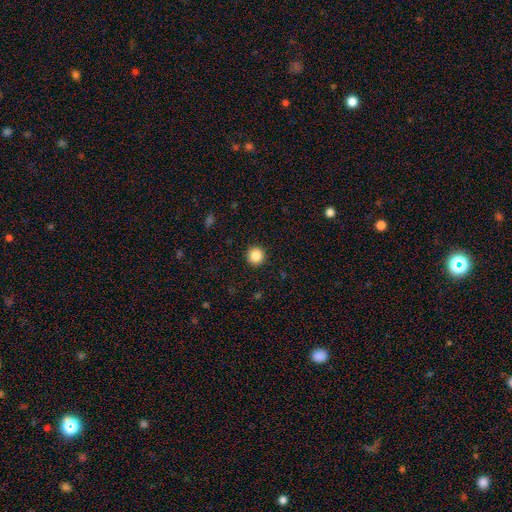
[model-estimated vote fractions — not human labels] Overall: smooth (86%). How rounded: round (94%). Merging: none (93%).